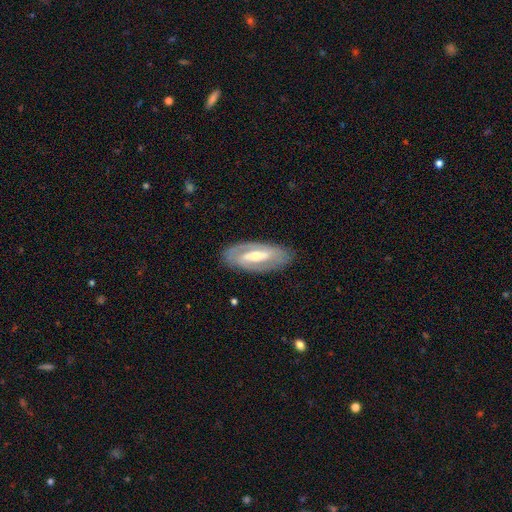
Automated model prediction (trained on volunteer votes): Smooth or featured? Predicted: featured or disk (p=0.70). Edge-on disk? Predicted: no (p=0.82). Bar? Predicted: strong (p=0.42). Spiral arms? Predicted: yes (p=0.56). Bulge size? Predicted: moderate (p=0.61). Merging? Predicted: none (p=0.85).